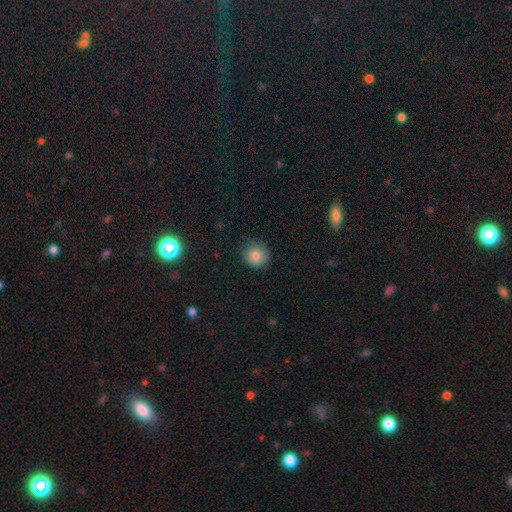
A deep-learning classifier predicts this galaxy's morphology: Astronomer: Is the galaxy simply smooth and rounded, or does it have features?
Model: smooth — 82%.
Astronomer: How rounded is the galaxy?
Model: round — 92%.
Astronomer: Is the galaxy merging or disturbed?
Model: none — 83%.